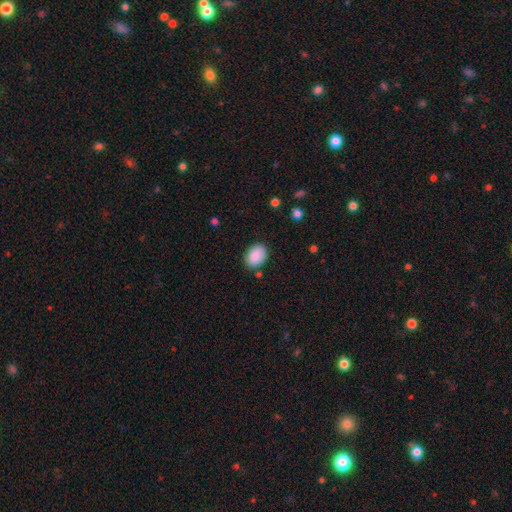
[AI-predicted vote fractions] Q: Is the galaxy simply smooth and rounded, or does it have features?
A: smooth — 89%.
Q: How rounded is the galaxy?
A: in between — 82%.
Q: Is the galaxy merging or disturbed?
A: none — 79%.